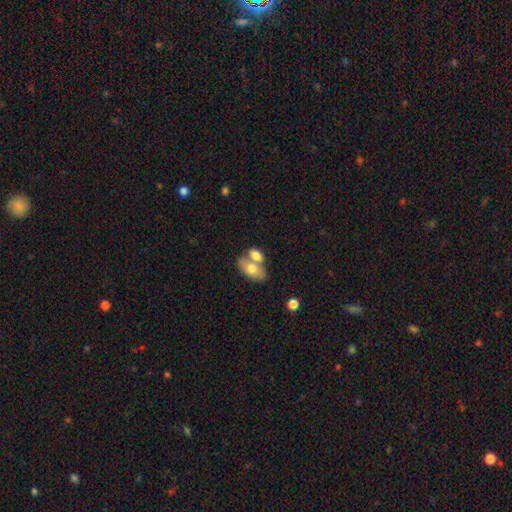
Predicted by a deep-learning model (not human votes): Morphology: type=smooth (72%); roundness=in between (86%); merging=merger (60%).